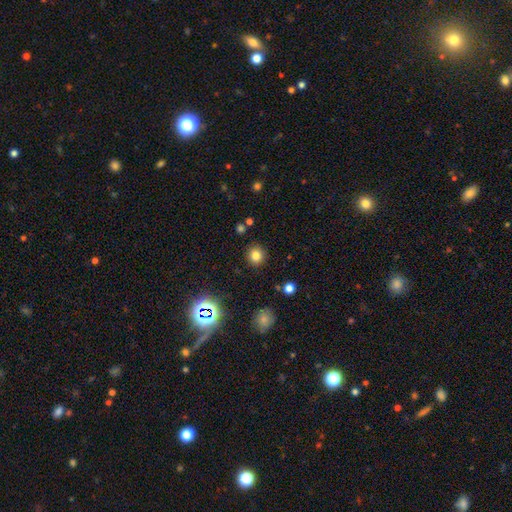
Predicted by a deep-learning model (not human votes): smooth_or_featured: smooth (p=0.79) [alt: star or artifact p=0.14]
how_rounded: round (p=0.90) [alt: in between p=0.09]
merging: none (p=0.89) [alt: minor disturbance p=0.06]